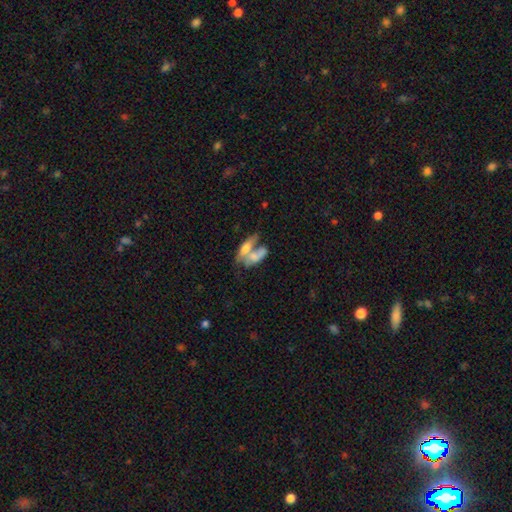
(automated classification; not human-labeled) A smooth galaxy with no disk features (55%) that is in between round and cigar-shaped (82%).

Vote fractions:
- Smooth or featured? smooth: 55% / featured or disk: 37% / star or artifact: 9%
- How rounded? in between: 82% / cigar-shaped: 12% / round: 6%
- Merging? merger: 69% / none: 15% / major disturbance: 8% / minor disturbance: 7%